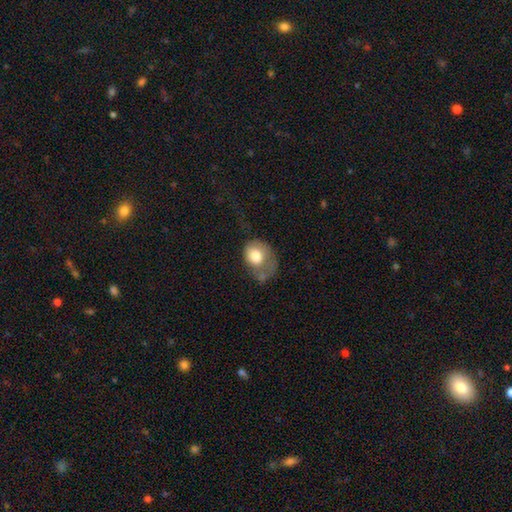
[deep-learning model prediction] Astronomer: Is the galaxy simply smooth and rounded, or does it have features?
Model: smooth — 72%.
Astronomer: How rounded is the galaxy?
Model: in between — 59% (runner-up: round, 40%).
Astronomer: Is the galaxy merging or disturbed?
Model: major disturbance — 45% (runner-up: minor disturbance, 26%).